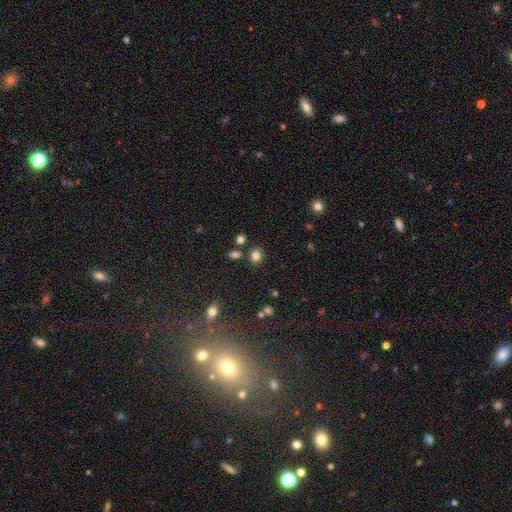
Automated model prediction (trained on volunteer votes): smooth_or_featured: smooth (p=0.81) [alt: star or artifact p=0.13]
how_rounded: round (p=0.54) [alt: in between p=0.45]
merging: none (p=0.79) [alt: minor disturbance p=0.10]